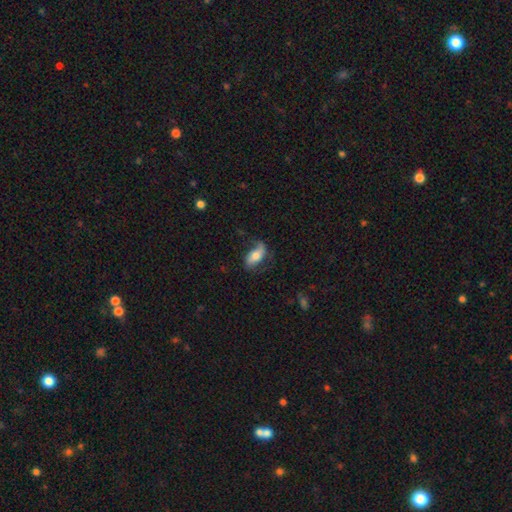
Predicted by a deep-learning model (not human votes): The model was most divided on "smooth or featured": smooth: 54%, featured or disk: 39%, star or artifact: 7%. More confident: how rounded — in between (84%); merging — none (56%).